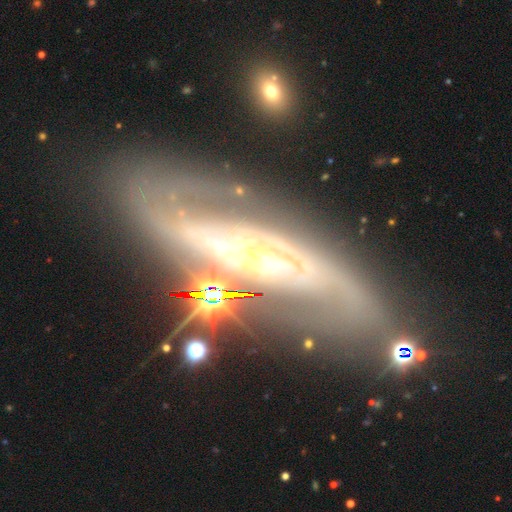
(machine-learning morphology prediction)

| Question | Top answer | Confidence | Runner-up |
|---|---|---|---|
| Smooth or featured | featured or disk | 86% | smooth (8%) |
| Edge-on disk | no | 85% | yes (15%) |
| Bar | no | 43% | weak (30%) |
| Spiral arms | yes | 89% | no (11%) |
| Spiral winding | tight | 44% | medium (40%) |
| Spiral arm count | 2 | 71% | can't tell (17%) |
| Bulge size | small | 61% | moderate (31%) |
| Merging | none | 74% | minor disturbance (14%) |